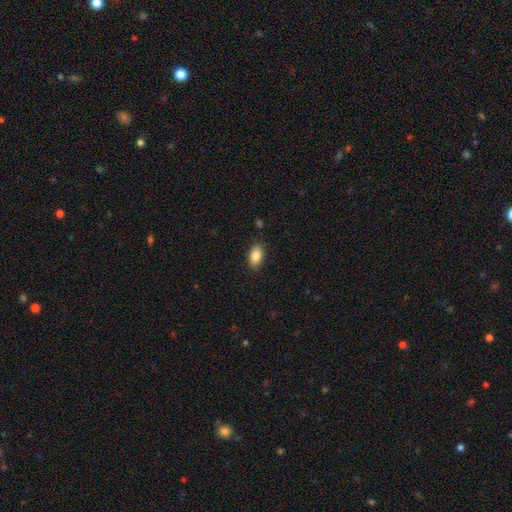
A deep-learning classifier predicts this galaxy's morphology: smooth-or-featured: smooth: 86% | star or artifact: 7% | featured or disk: 7%
  how-rounded: in between: 92% | round: 5% | cigar-shaped: 3%
  merging: none: 88% | minor disturbance: 9% | major disturbance: 2% | merger: 1%